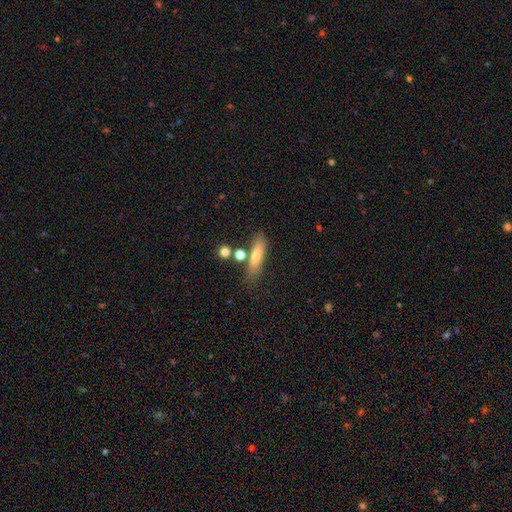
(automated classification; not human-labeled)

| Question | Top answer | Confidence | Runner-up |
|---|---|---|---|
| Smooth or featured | smooth | 71% | featured or disk (21%) |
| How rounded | cigar-shaped | 61% | in between (35%) |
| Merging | none | 68% | minor disturbance (15%) |